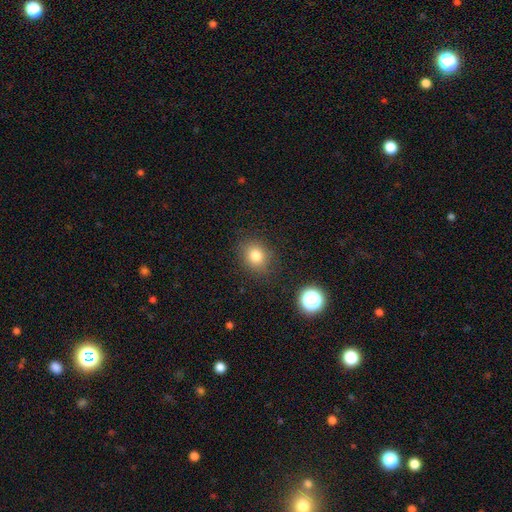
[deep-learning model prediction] smooth_or_featured: smooth (p=0.79) [alt: star or artifact p=0.13]
how_rounded: round (p=0.63) [alt: in between p=0.36]
merging: none (p=0.83) [alt: minor disturbance p=0.11]